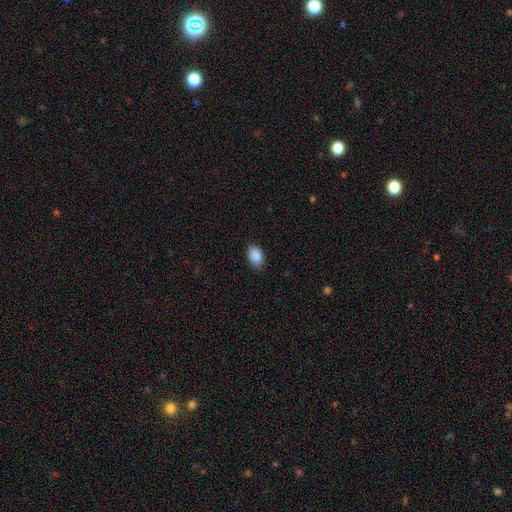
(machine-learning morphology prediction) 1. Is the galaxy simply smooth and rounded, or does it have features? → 89% smooth, 7% star or artifact, 4% featured or disk.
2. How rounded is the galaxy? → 87% in between, 11% round, 1% cigar-shaped.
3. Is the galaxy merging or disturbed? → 84% none, 13% minor disturbance, 2% major disturbance, 1% merger.